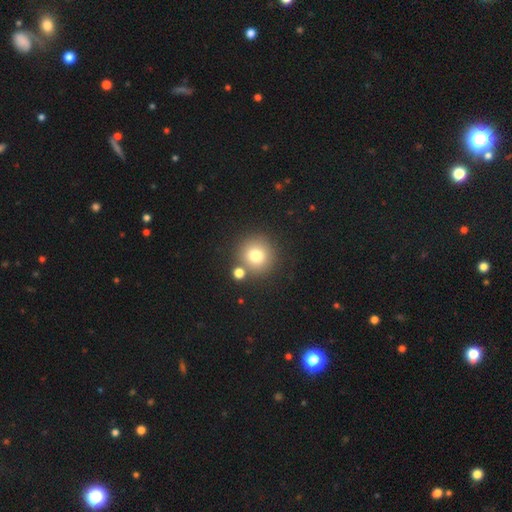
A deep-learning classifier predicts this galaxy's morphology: smooth_or_featured: smooth (p=0.77) [alt: star or artifact p=0.13]
how_rounded: round (p=0.92) [alt: in between p=0.07]
merging: none (p=0.78) [alt: merger p=0.11]